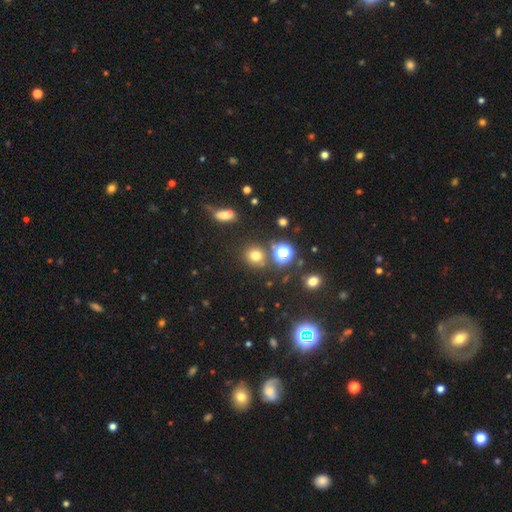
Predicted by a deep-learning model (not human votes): Smooth or featured? Predicted: smooth (p=0.69). How rounded? Predicted: round (p=0.86). Merging? Predicted: none (p=0.79).